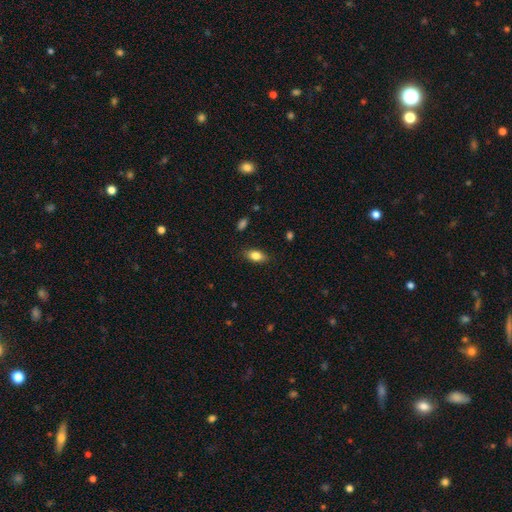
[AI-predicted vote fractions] smooth-or-featured: smooth: 81% | featured or disk: 11% | star or artifact: 8%
  how-rounded: in between: 87% | cigar-shaped: 8% | round: 5%
  merging: none: 85% | minor disturbance: 11% | major disturbance: 3% | merger: 1%